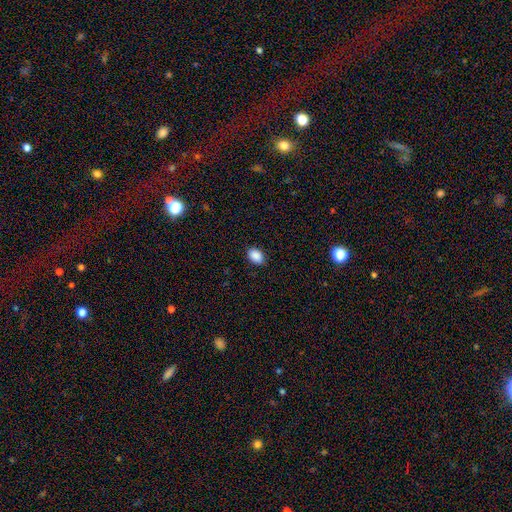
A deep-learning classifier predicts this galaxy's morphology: A smooth galaxy with no disk features (89%) that is in between round and cigar-shaped (80%). Merging: none (87%).